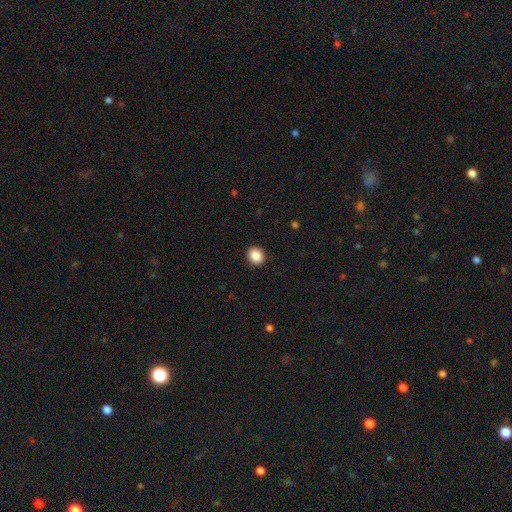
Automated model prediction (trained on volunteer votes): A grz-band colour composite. It shows a smooth galaxy with no disk features (88%) that is round (66%). Merging: none (92%).